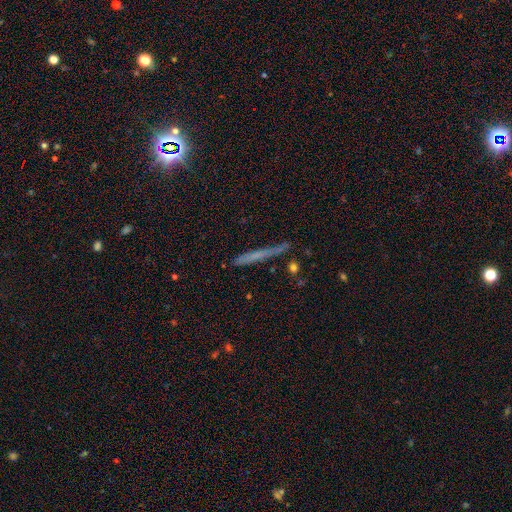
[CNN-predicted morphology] The model was most divided on "smooth or featured": smooth: 51%, featured or disk: 37%, star or artifact: 12%. More confident: how rounded — cigar-shaped (94%); merging — none (74%).